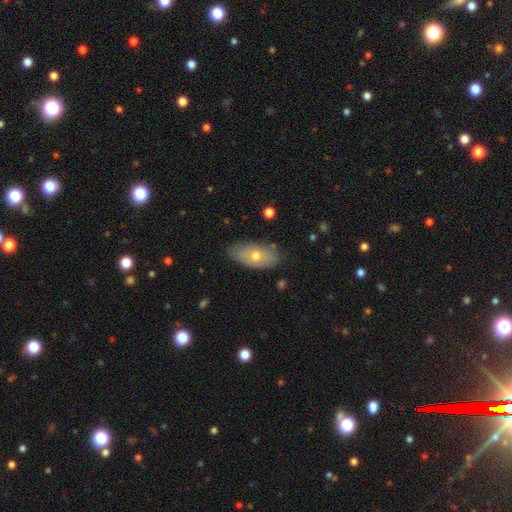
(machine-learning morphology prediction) Q: Smooth or featured?
A: smooth (58%); runner-up: featured or disk (34%)
Q: How rounded?
A: in between (91%); runner-up: cigar-shaped (5%)
Q: Merging?
A: none (77%); runner-up: minor disturbance (18%)